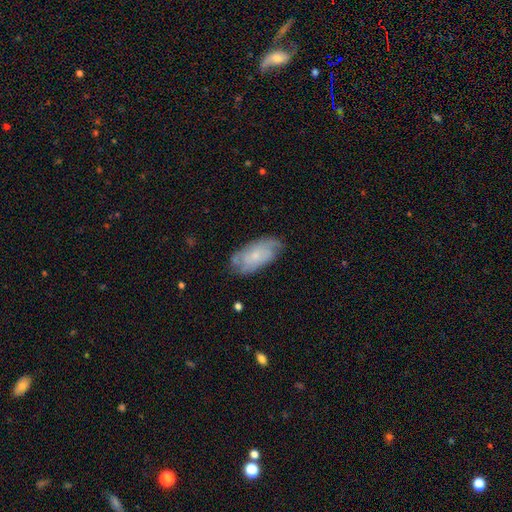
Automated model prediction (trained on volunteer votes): featured or disk 55%, smooth 38%, star or artifact 7%. Down the decision tree: edge-on disk — no (92%); bar — no (80%); spiral arms — yes (79%); bulge size — small (70%); merging — none (66%).